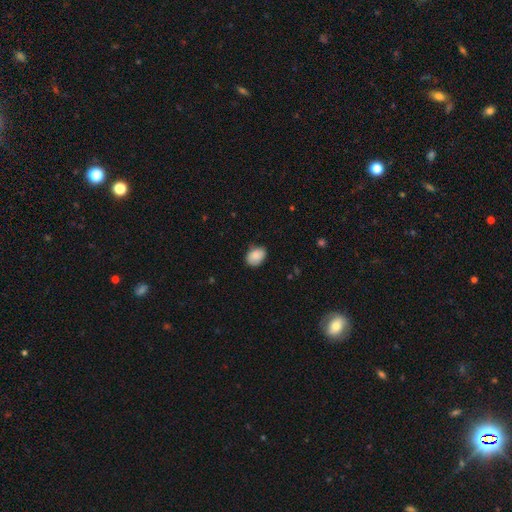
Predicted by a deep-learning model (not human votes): A smooth galaxy with no disk features (87%) that is in between round and cigar-shaped (72%). Merging: none (76%).